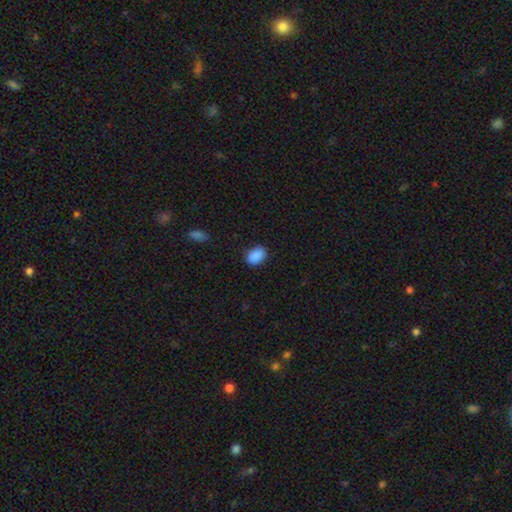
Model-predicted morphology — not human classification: This is clearly a smooth galaxy (90%). How rounded: likely in between (77%). Merging: clearly none (86%).